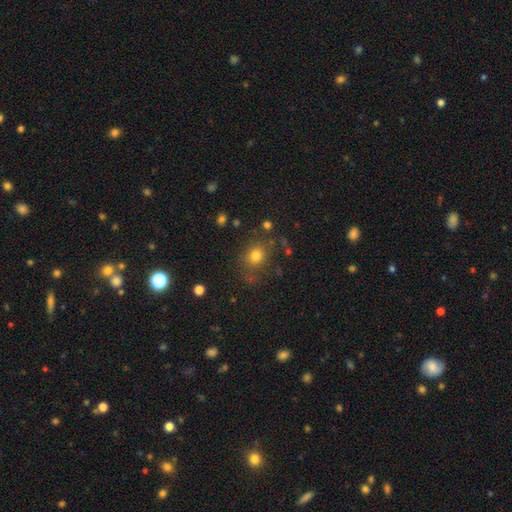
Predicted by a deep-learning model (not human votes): This is likely a smooth galaxy (77%). How rounded: likely round (68%). Merging: likely none (74%).